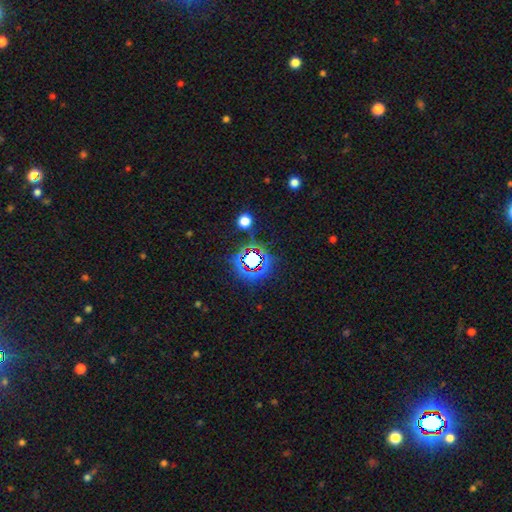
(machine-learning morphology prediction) Smooth or featured: star or artifact — 72% (smooth — 18%)